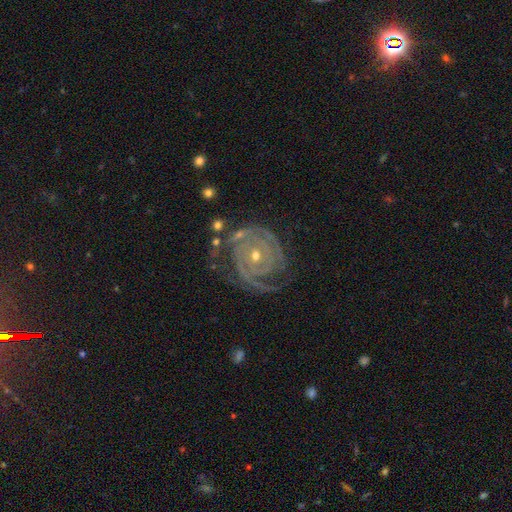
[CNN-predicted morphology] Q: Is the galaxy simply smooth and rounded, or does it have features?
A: featured or disk — 90%.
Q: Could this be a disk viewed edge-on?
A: no — 97%.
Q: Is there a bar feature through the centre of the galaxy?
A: no — 76%.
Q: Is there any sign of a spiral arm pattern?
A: yes — 97%.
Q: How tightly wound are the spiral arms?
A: tight — 81%.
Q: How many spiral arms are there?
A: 2 — 46%.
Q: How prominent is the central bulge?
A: small — 54%.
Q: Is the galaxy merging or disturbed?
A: none — 68%.